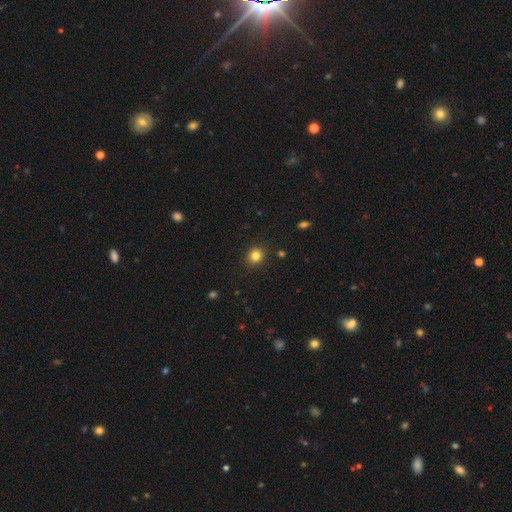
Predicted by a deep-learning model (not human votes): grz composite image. It shows a smooth galaxy with no disk features (82%) that is round (82%). Merging: none (89%).